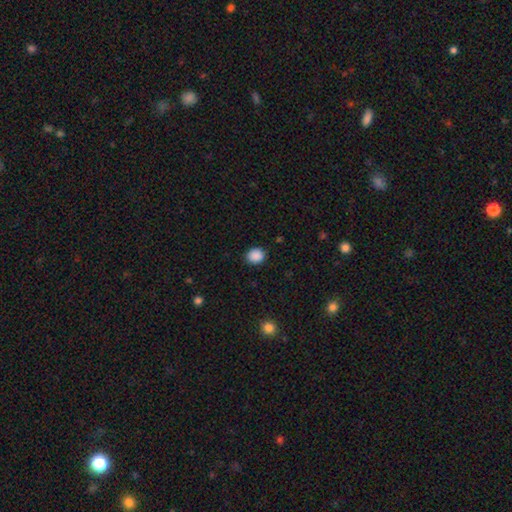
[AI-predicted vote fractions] This appears to be a smooth galaxy with no disk features (89%) that is round (71%). Merging: none (89%).